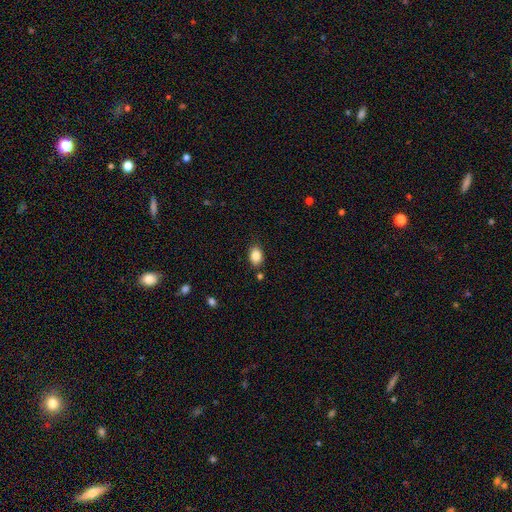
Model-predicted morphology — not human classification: Smooth or featured: smooth — 86% (star or artifact — 9%)
How rounded: in between — 80% (round — 19%)
Merging: none — 81% (minor disturbance — 12%)